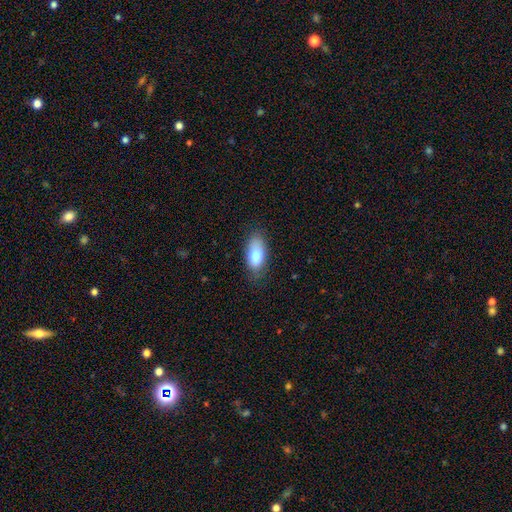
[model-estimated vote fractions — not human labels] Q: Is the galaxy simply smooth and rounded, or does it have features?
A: smooth — 80%.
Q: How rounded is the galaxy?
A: in between — 89%.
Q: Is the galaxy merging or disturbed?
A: none — 74%.